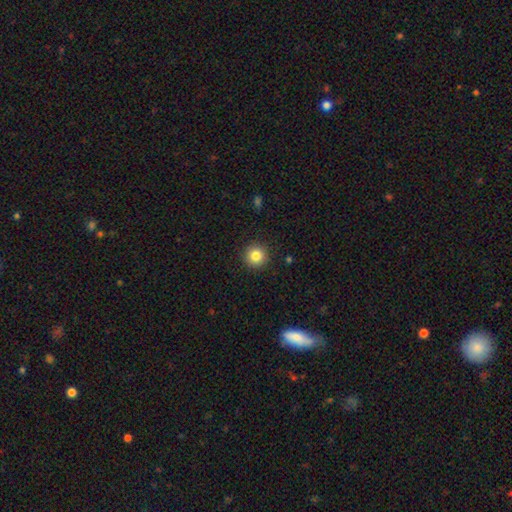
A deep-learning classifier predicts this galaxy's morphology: Smooth or featured?
  - smooth: 83% *
  - star or artifact: 11%
  - featured or disk: 6%
How rounded?
  - round: 95% *
  - in between: 4%
  - cigar-shaped: 1%
Merging?
  - none: 92% *
  - minor disturbance: 5%
  - major disturbance: 2%
  - merger: 1%